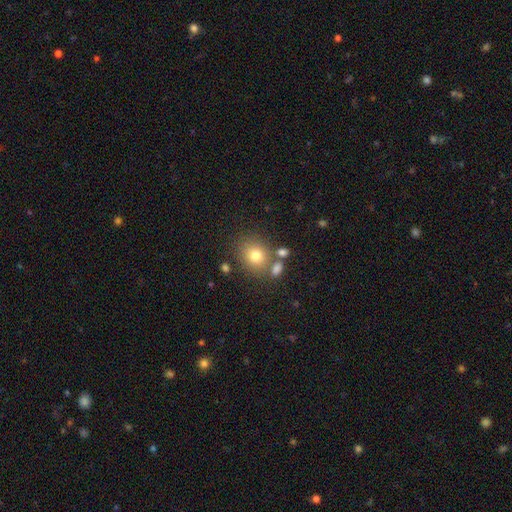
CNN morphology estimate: Overall: smooth (75%). How rounded: round (72%). Merging: none (68%).